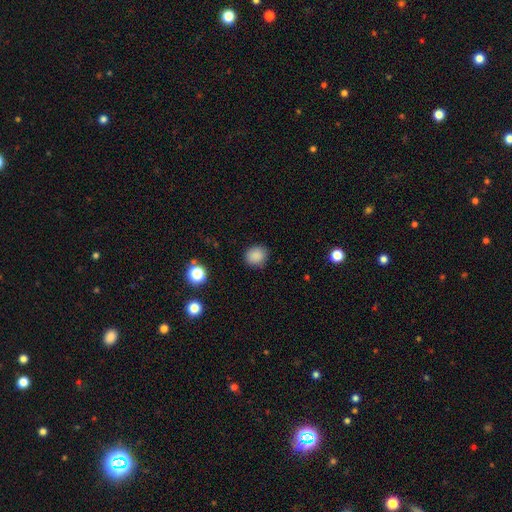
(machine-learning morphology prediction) A smooth galaxy with no disk features (87%) that is round (80%). Merging: none (86%).